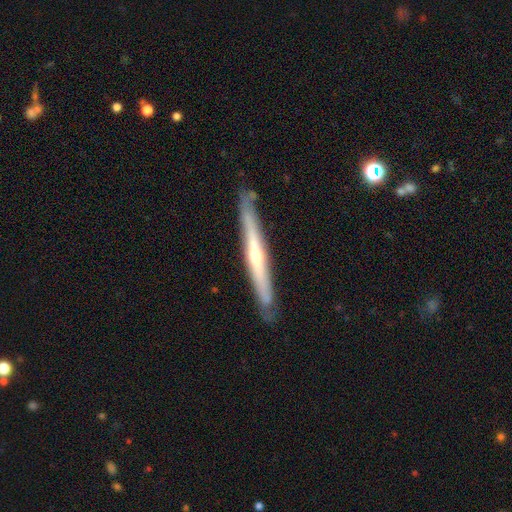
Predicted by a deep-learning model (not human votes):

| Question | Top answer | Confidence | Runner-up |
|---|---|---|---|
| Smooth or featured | featured or disk | 70% | smooth (25%) |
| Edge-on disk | yes | 94% | no (6%) |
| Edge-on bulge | rounded | 69% | none (28%) |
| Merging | none | 84% | minor disturbance (12%) |